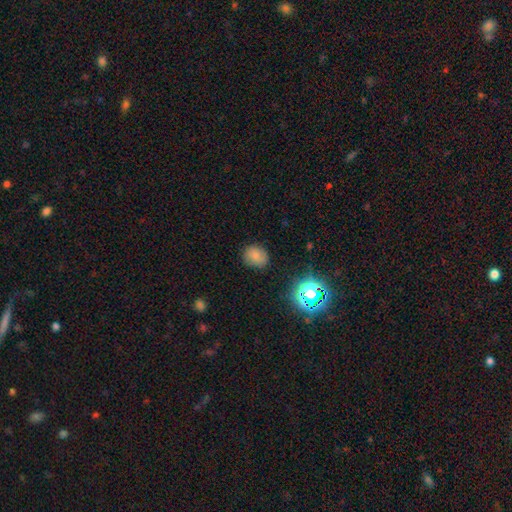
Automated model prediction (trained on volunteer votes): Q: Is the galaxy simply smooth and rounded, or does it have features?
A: smooth — 76%.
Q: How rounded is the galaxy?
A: round — 63%.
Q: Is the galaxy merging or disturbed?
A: none — 78%.